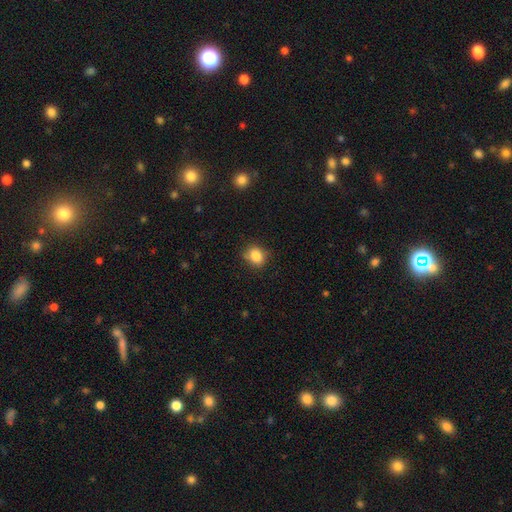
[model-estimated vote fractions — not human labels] This is clearly a smooth galaxy (84%). How rounded: possibly round (56%). Merging: likely none (75%).